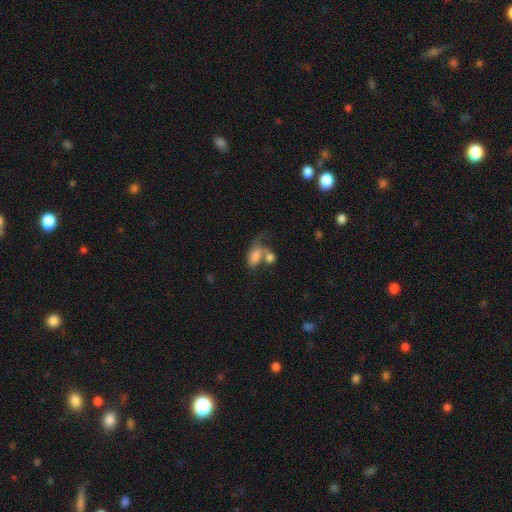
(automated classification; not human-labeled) Q: Smooth or featured?
A: smooth (68%); runner-up: featured or disk (21%)
Q: How rounded?
A: in between (86%); runner-up: round (11%)
Q: Merging?
A: merger (50%); runner-up: major disturbance (19%)